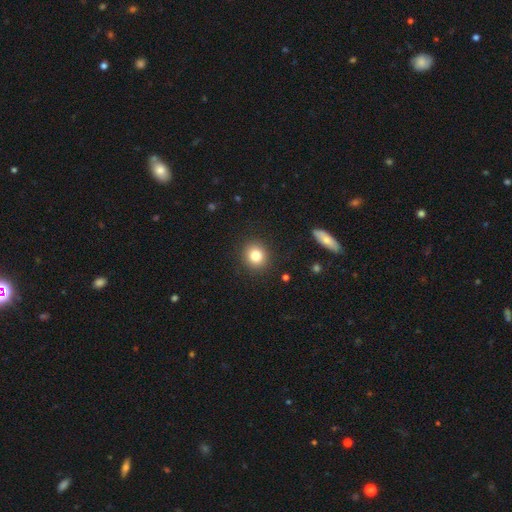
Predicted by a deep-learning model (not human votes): A smooth galaxy with no disk features (82%) that is round (86%).

Vote fractions:
- Smooth or featured? smooth: 82% / star or artifact: 11% / featured or disk: 7%
- How rounded? round: 86% / in between: 13% / cigar-shaped: 1%
- Merging? none: 90% / minor disturbance: 6% / major disturbance: 2% / merger: 1%